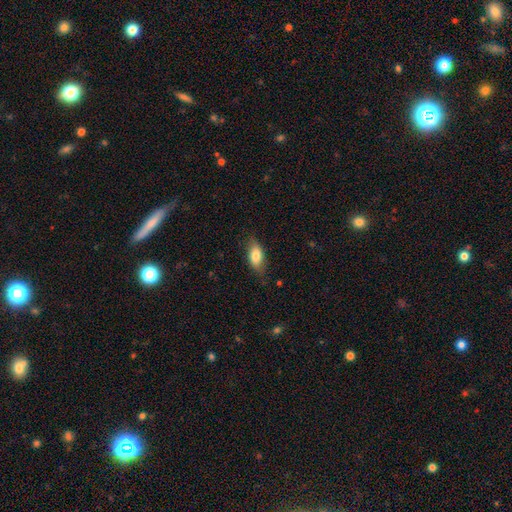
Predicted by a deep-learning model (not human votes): smooth-or-featured: smooth: 76% | featured or disk: 17% | star or artifact: 7%
  how-rounded: in between: 87% | cigar-shaped: 10% | round: 4%
  merging: none: 75% | minor disturbance: 20% | major disturbance: 4% | merger: 1%